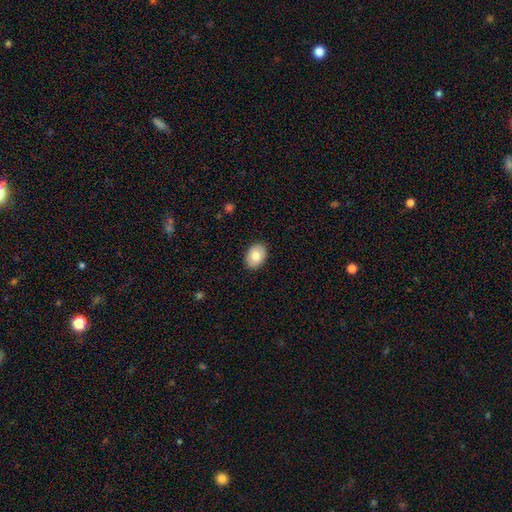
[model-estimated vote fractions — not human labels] Morphology: type=smooth (79%); roundness=in between (76%); merging=none (90%).